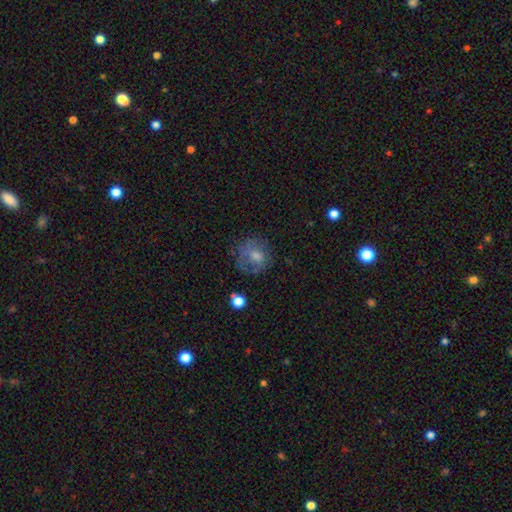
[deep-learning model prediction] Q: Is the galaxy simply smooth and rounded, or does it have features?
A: smooth — 58%.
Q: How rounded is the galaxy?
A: round — 80%.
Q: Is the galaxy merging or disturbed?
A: none — 63%.